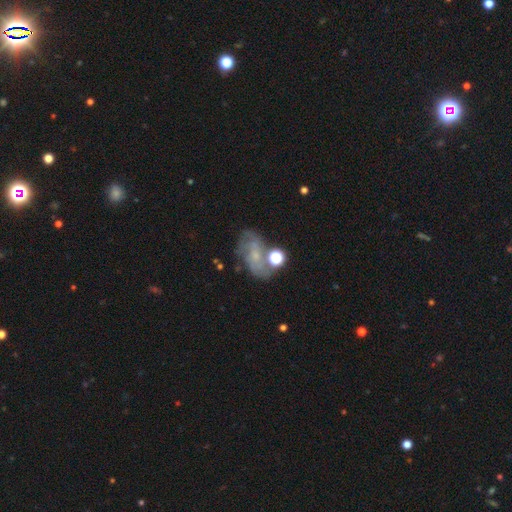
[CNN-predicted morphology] A featured or disk galaxy (63%) with no bar (61%), spiral arms (81%) and a small central bulge (65%).

Vote fractions:
- Smooth or featured? featured or disk: 63% / smooth: 24% / star or artifact: 13%
- Edge-on disk? no: 96% / yes: 4%
- Bar? no: 61% / weak: 32% / strong: 7%
- Spiral arms? yes: 81% / no: 19%
- Bulge size? small: 65% / moderate: 19% / none: 13% / large: 2% / dominant: 1%
- Merging? none: 53% / minor disturbance: 21% / major disturbance: 13% / merger: 13%